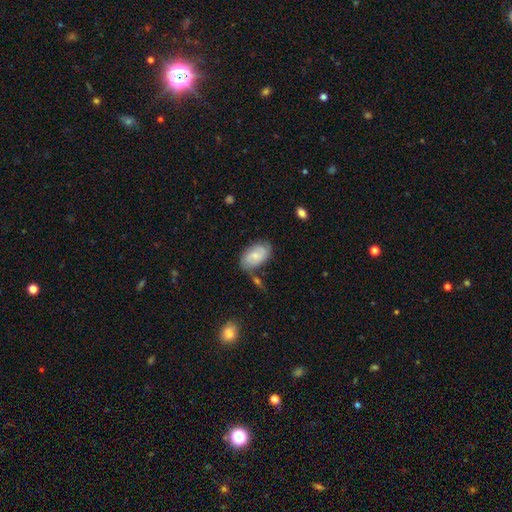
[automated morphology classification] Smooth or featured? smooth (50%)
Merging? none (65%)